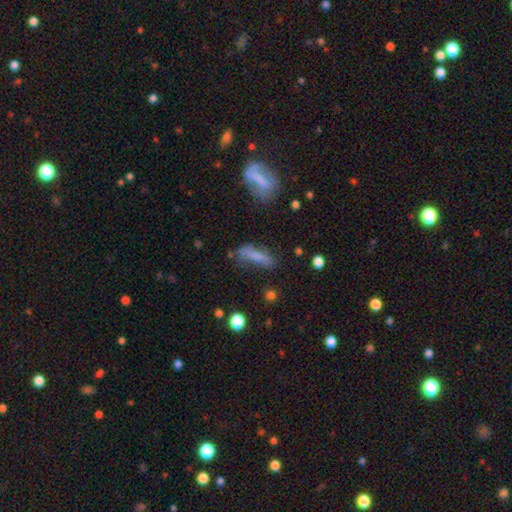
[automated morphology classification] Q: Smooth or featured?
A: smooth (71%); runner-up: featured or disk (20%)
Q: How rounded?
A: cigar-shaped (65%); runner-up: in between (33%)
Q: Merging?
A: none (55%); runner-up: minor disturbance (26%)